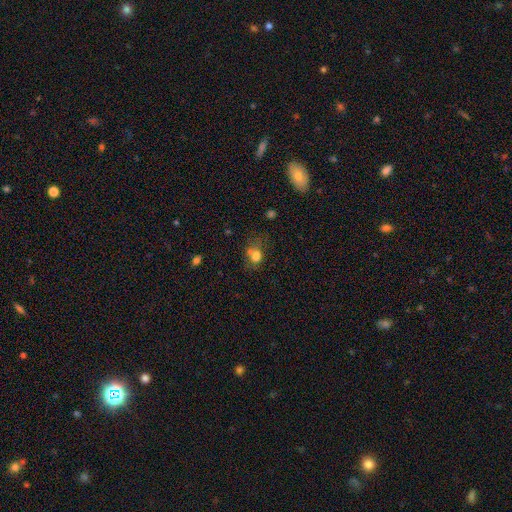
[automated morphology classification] Smooth or featured? Predicted: smooth (p=0.74). How rounded? Predicted: round (p=0.56). Merging? Predicted: none (p=0.40).